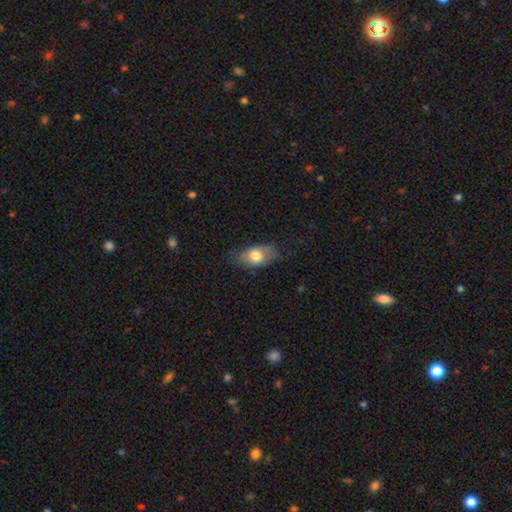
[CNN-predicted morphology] This appears to be a smooth galaxy with no disk features (69%) that is in between round and cigar-shaped (87%). Merging: none (67%).